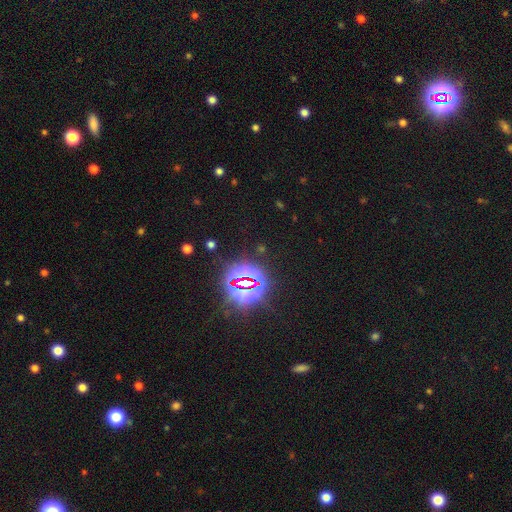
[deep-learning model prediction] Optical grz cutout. It shows a star or artifact, not a galaxy (82%).